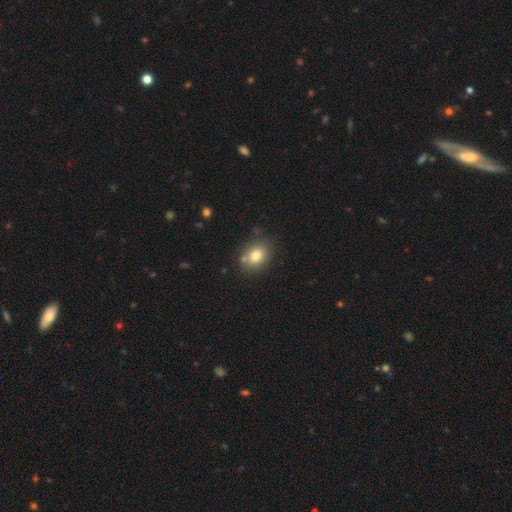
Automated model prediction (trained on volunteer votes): smooth 79%, featured or disk 11%, star or artifact 10%. Down the decision tree: how rounded — in between (62%); merging — none (77%).